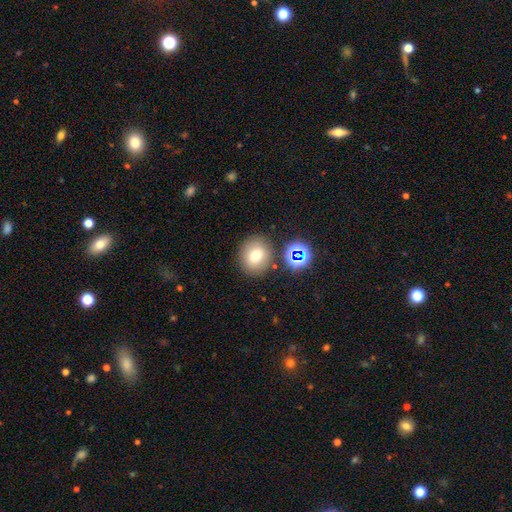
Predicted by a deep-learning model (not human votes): This appears to be a smooth galaxy with no disk features (74%) that is round (78%). Merging: none (81%).